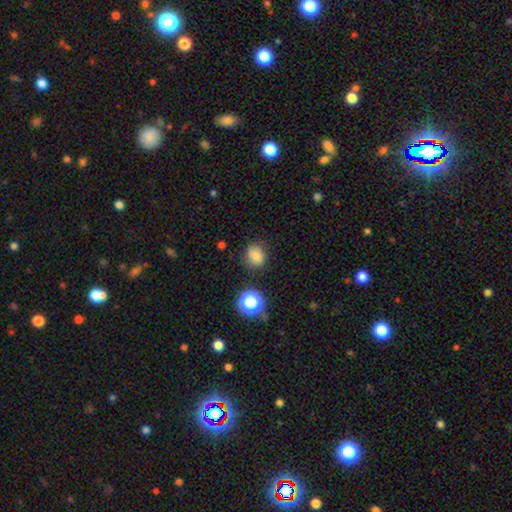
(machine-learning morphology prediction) The model was most divided on "how rounded": round: 66%, in between: 33%, cigar-shaped: 1%. More confident: smooth or featured — smooth (81%); merging — none (78%).